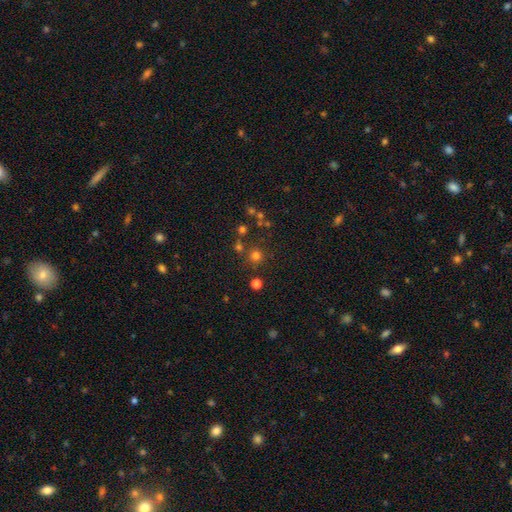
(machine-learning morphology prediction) type=smooth (72%); roundness=round (94%); merging=none (78%).